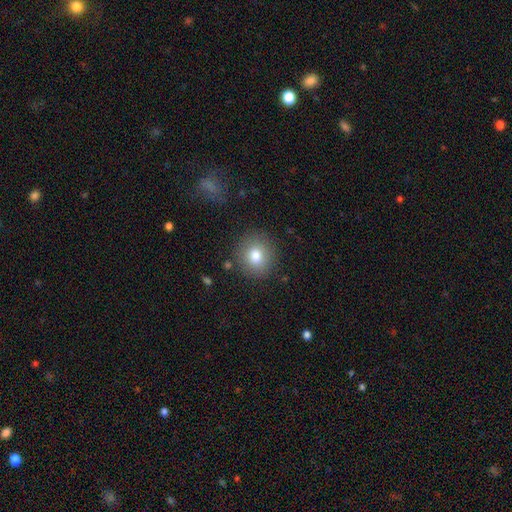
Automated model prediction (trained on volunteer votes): smooth 78%, featured or disk 11%, star or artifact 11%. Down the decision tree: how rounded — round (87%); merging — none (87%).